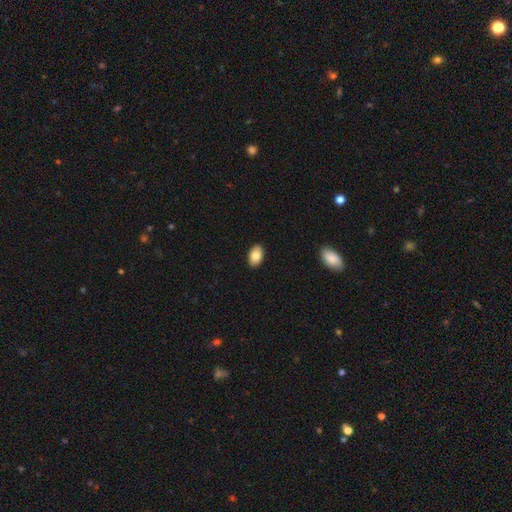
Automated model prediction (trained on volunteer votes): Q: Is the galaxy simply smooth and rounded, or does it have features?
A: smooth — 83%.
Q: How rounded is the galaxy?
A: in between — 90%.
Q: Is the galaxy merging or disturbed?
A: none — 90%.